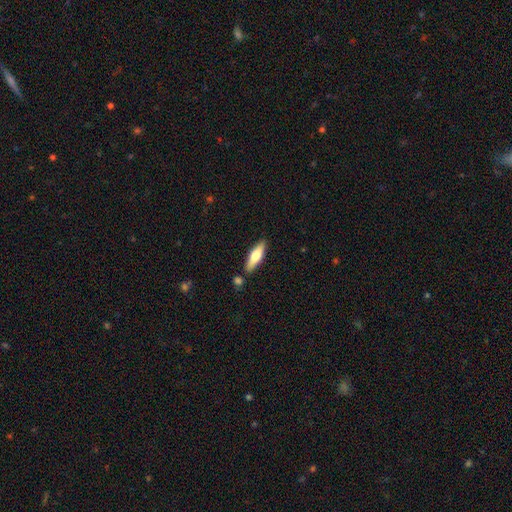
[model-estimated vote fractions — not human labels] Q: Smooth or featured?
A: smooth (59%); runner-up: featured or disk (36%)
Q: How rounded?
A: cigar-shaped (57%); runner-up: in between (41%)
Q: Merging?
A: none (82%); runner-up: minor disturbance (10%)